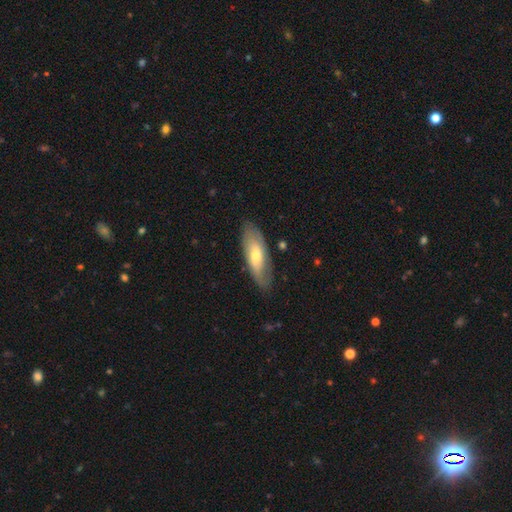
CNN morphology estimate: smooth-or-featured: smooth: 49% | featured or disk: 45% | star or artifact: 6%
  merging: none: 78% | minor disturbance: 16% | major disturbance: 4% | merger: 1%